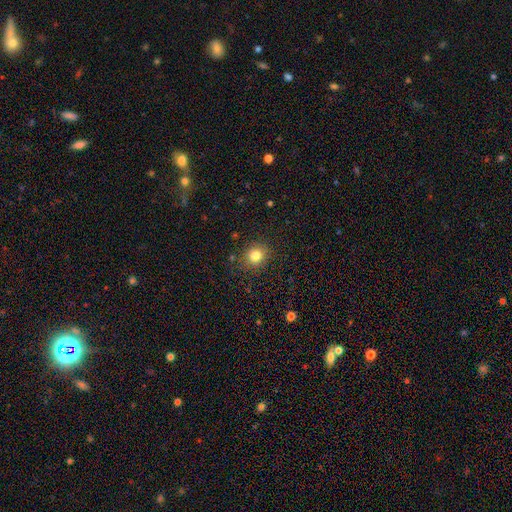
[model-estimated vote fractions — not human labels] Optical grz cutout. It shows a smooth galaxy with no disk features (81%) that is round (76%). Merging: none (87%).